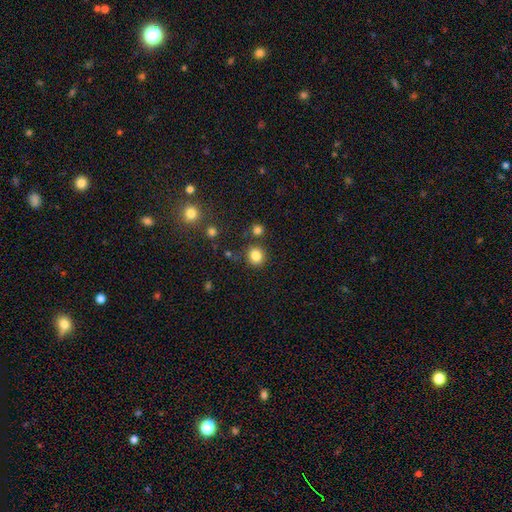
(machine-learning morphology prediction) A smooth galaxy with no disk features (84%) that is round (83%). Merging: none (81%).